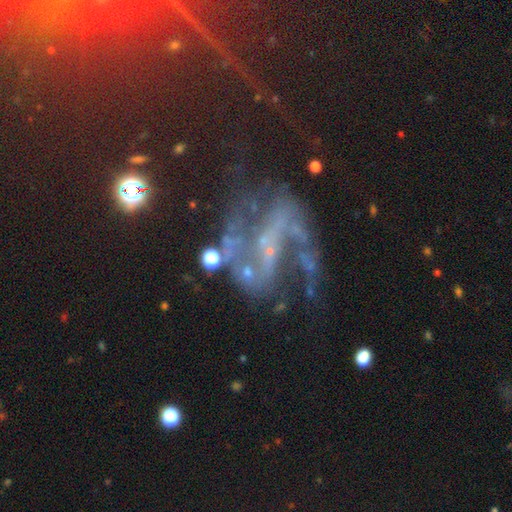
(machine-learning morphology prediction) Q: Smooth or featured?
A: featured or disk (73%); runner-up: star or artifact (19%)
Q: Edge-on disk?
A: no (95%); runner-up: yes (5%)
Q: Bar?
A: strong (44%); runner-up: weak (31%)
Q: Spiral arms?
A: yes (84%); runner-up: no (16%)
Q: Spiral winding?
A: loose (52%); runner-up: medium (35%)
Q: Spiral arm count?
A: 2 (81%); runner-up: can't tell (7%)
Q: Bulge size?
A: small (46%); runner-up: none (42%)
Q: Merging?
A: none (40%); runner-up: major disturbance (32%)